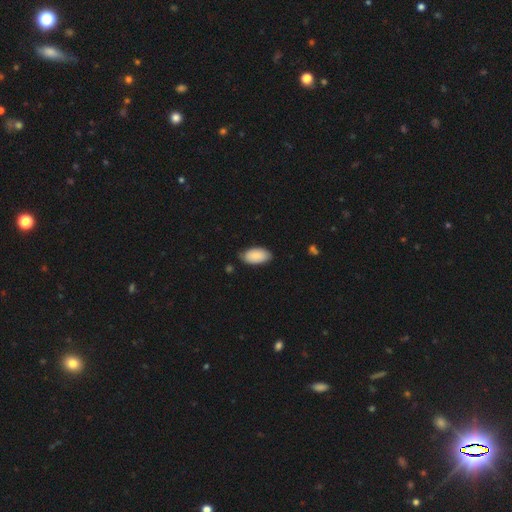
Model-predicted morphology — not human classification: Q: Smooth or featured?
A: smooth (85%); runner-up: featured or disk (9%)
Q: How rounded?
A: in between (95%); runner-up: round (2%)
Q: Merging?
A: none (74%); runner-up: minor disturbance (22%)